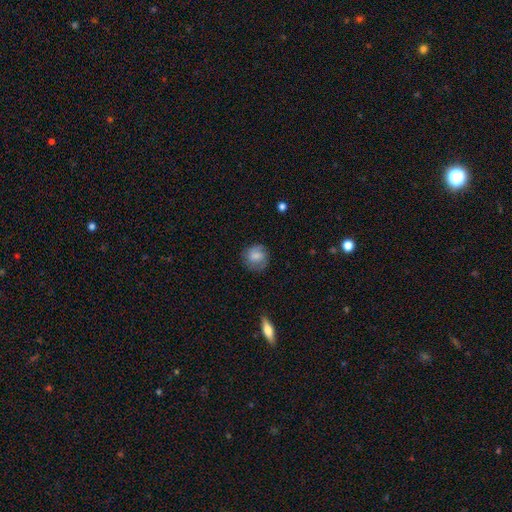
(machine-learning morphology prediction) smooth-or-featured: smooth: 78% | featured or disk: 14% | star or artifact: 8%
  how-rounded: round: 83% | in between: 16% | cigar-shaped: 1%
  merging: none: 76% | minor disturbance: 17% | major disturbance: 5% | merger: 1%